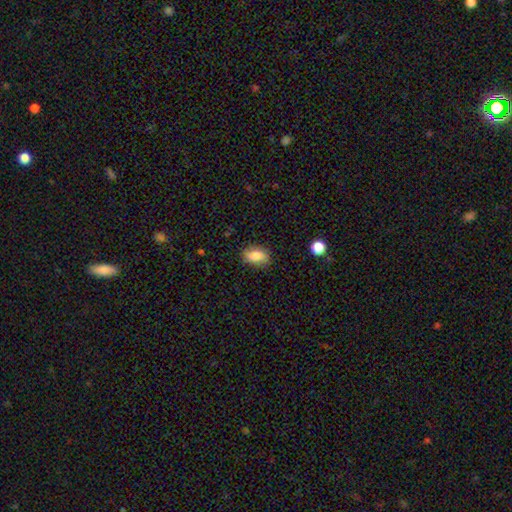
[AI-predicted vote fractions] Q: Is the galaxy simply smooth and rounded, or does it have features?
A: smooth — 80%.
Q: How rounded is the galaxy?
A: in between — 88%.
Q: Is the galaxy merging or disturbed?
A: none — 81%.